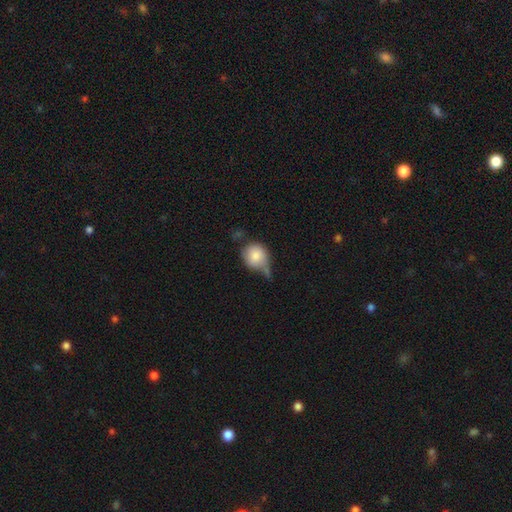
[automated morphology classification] smooth 78%, featured or disk 14%, star or artifact 8%. Down the decision tree: how rounded — round (77%); merging — minor disturbance (39%).